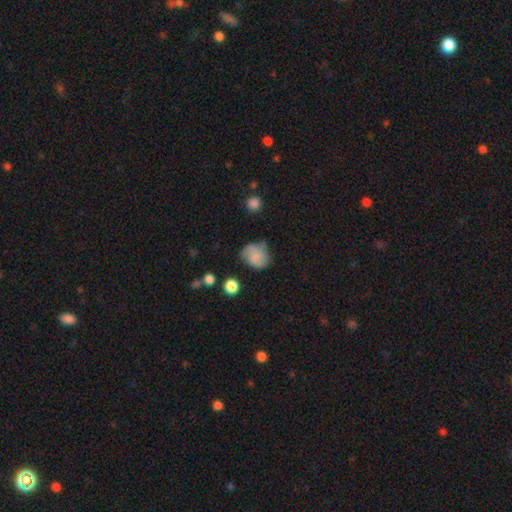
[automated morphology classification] This appears to be a smooth galaxy with no disk features (70%) that is round (59%). Merging: none (50%).